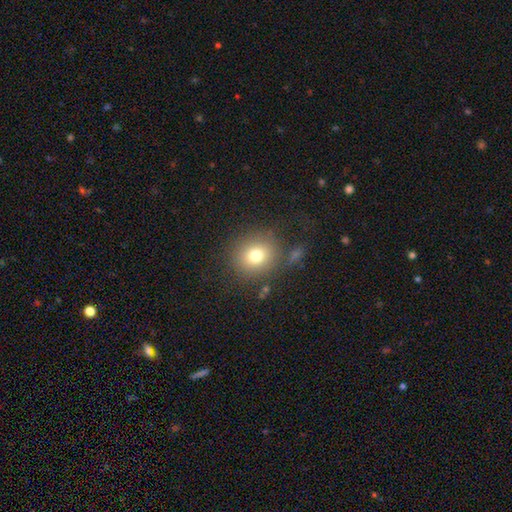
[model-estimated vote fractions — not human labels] Smooth or featured? Predicted: smooth (p=0.76). How rounded? Predicted: round (p=0.83). Merging? Predicted: none (p=0.78).